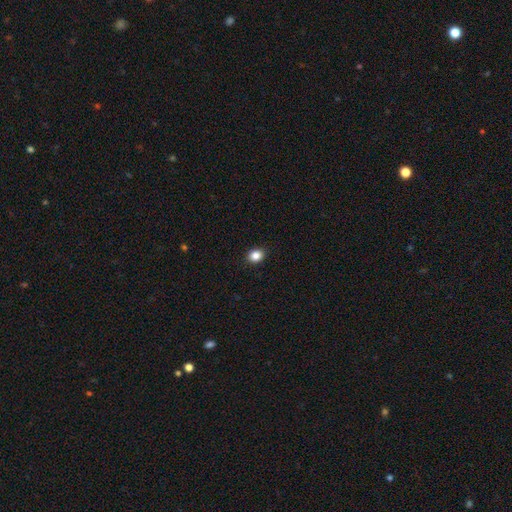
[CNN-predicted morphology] A smooth galaxy with no disk features (85%) that is round (54%).

Vote fractions:
- Smooth or featured? smooth: 85% / star or artifact: 10% / featured or disk: 4%
- How rounded? round: 54% / in between: 45% / cigar-shaped: 1%
- Merging? none: 91% / minor disturbance: 6% / major disturbance: 2% / merger: 1%